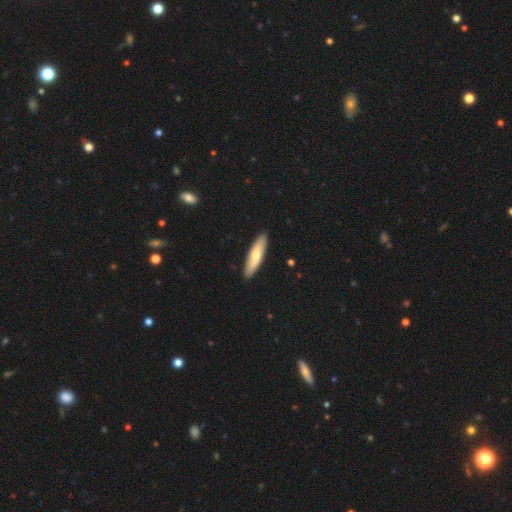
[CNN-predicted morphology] Smooth or featured? smooth (70%)
How rounded? cigar-shaped (72%)
Merging? none (90%)